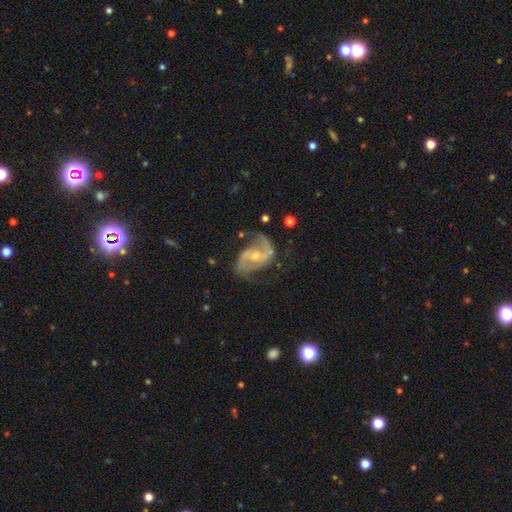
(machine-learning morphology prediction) This appears to be a featured or disk galaxy (89%) with no bar (43%, tied with weak), 2 (89%) medium (50%) spiral arms (96%) and a moderate central bulge (47%, tied with small). Merging: none (66%).